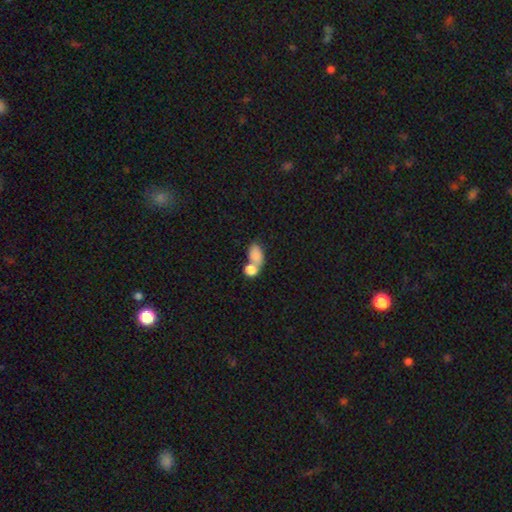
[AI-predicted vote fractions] smooth 81%, featured or disk 10%, star or artifact 9%. Down the decision tree: how rounded — in between (82%); merging — merger (52%).